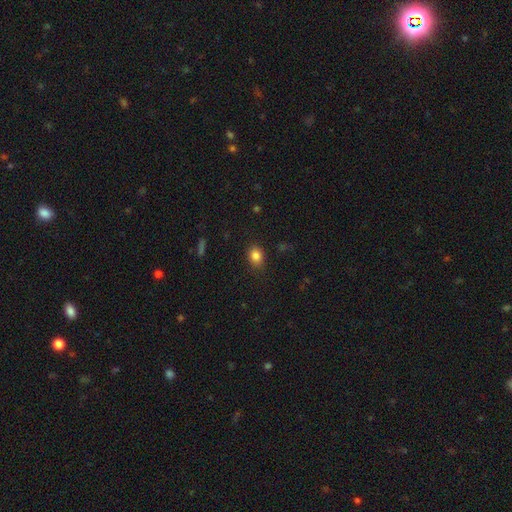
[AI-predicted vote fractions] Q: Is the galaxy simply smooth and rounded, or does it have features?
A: smooth — 84%.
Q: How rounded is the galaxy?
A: in between — 53%.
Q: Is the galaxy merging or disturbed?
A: none — 85%.